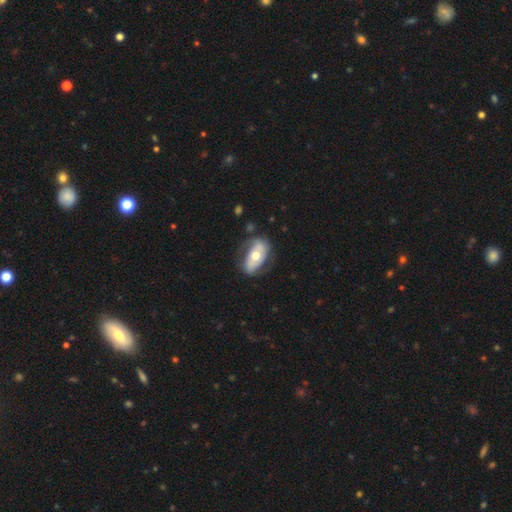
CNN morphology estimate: This is likely a featured or disk galaxy (63%). It is clearly not viewed edge-on (91%). Bar: possibly no (55%). Spiral arm pattern: likely yes (63%). Central bulge: likely moderate (75%). Merging: likely none (68%).